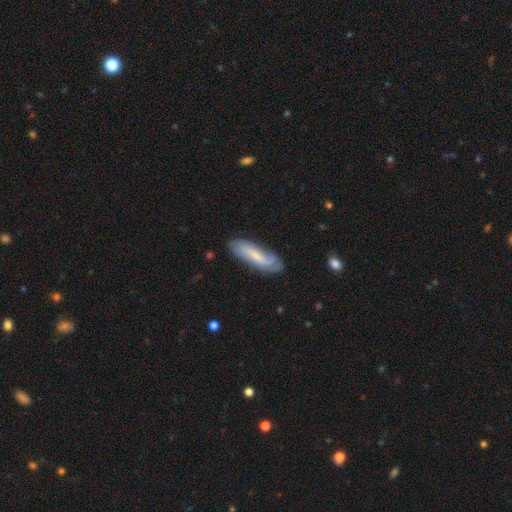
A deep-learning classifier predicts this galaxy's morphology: smooth_or_featured: featured or disk (p=0.48) [alt: smooth p=0.45]
merging: none (p=0.69) [alt: minor disturbance p=0.22]